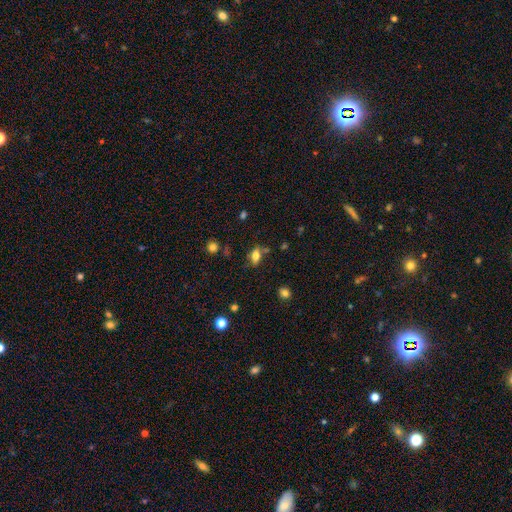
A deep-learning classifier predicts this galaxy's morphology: Q: Smooth or featured?
A: smooth (72%); runner-up: featured or disk (17%)
Q: How rounded?
A: in between (82%); runner-up: round (10%)
Q: Merging?
A: none (70%); runner-up: minor disturbance (17%)